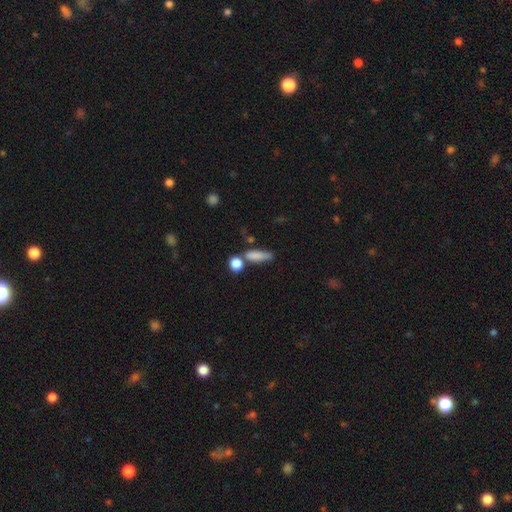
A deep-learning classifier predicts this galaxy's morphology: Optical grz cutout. It shows a smooth galaxy with no disk features (80%) that is cigar-shaped (47%). Merging: none (55%).